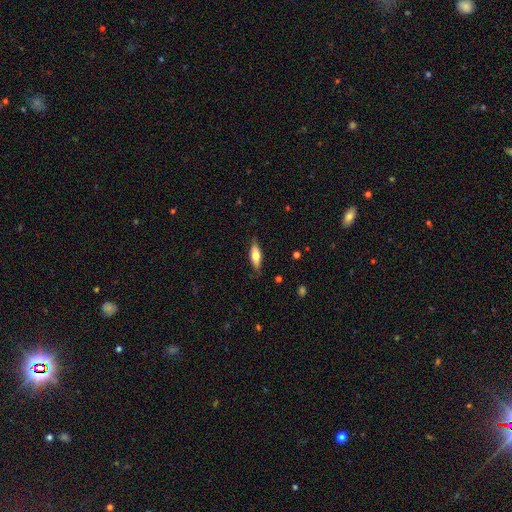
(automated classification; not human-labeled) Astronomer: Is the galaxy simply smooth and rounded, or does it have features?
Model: smooth — 60%.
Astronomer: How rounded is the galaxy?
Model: in between — 59% (runner-up: cigar-shaped, 38%).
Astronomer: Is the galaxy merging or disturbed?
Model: none — 81%.